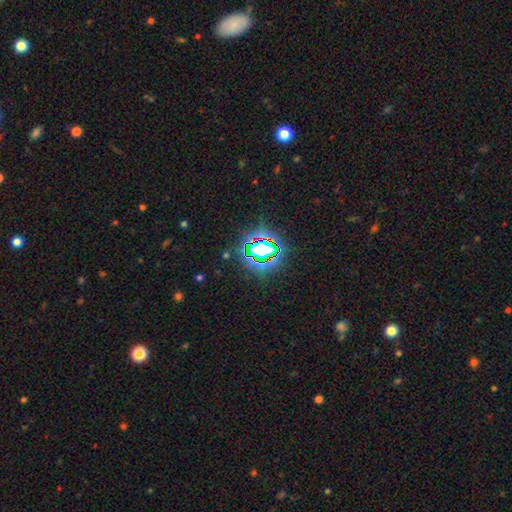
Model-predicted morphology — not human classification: star or artifact 75%, smooth 16%, featured or disk 9%.